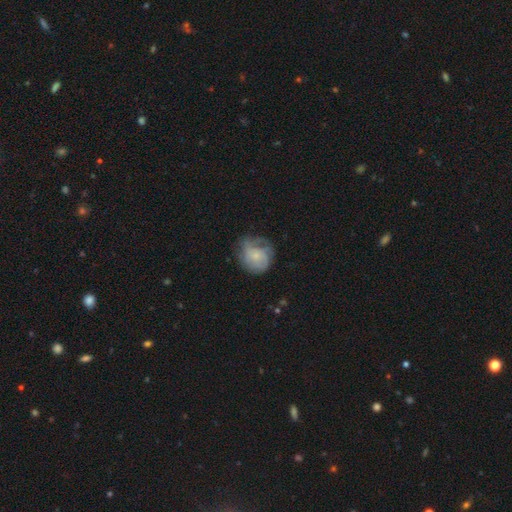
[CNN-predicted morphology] Smooth or featured? featured or disk (48%)
Merging? none (51%)